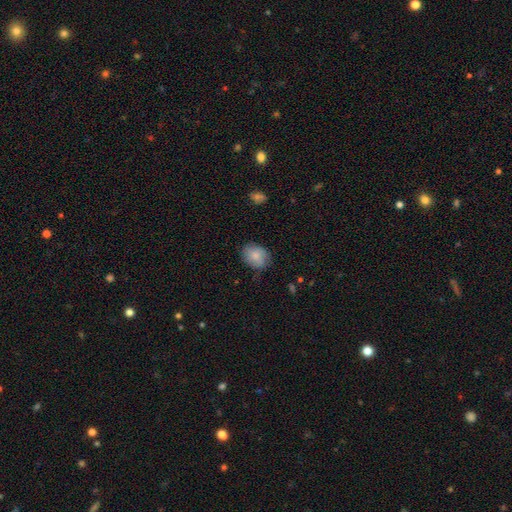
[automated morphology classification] smooth-or-featured: smooth: 81% | featured or disk: 12% | star or artifact: 7%
  how-rounded: in between: 57% | round: 42% | cigar-shaped: 1%
  merging: none: 74% | minor disturbance: 21% | major disturbance: 4% | merger: 1%